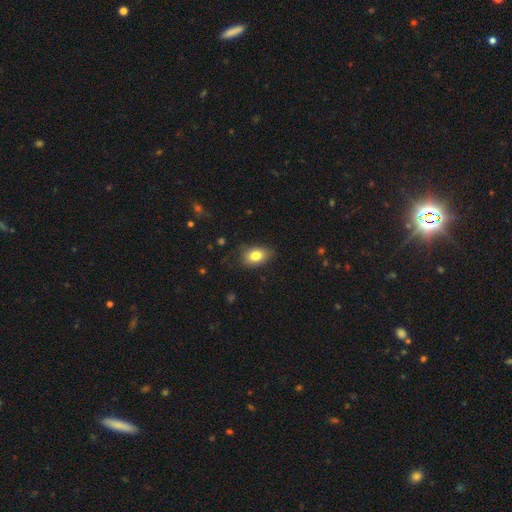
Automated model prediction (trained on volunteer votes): A smooth galaxy with no disk features (81%) that is in between round and cigar-shaped (80%). Merging: none (74%).